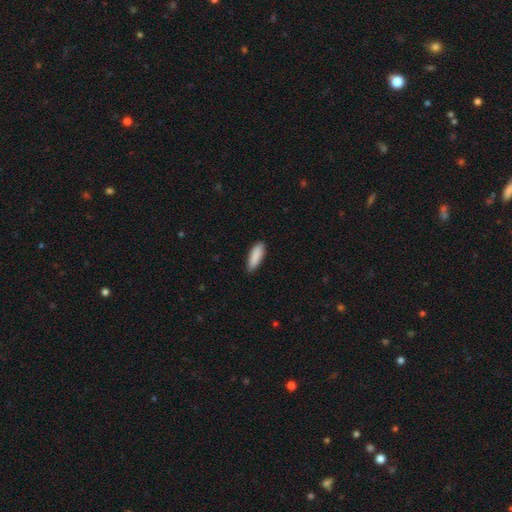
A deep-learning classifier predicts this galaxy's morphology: This is clearly a smooth galaxy (89%). How rounded: possibly in between (55%). Merging: clearly none (85%).